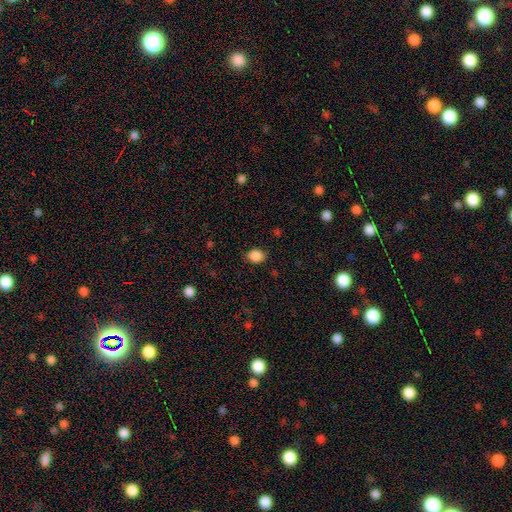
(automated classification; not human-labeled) A smooth galaxy with no disk features (87%) that is in between round and cigar-shaped (52%). Merging: none (83%).